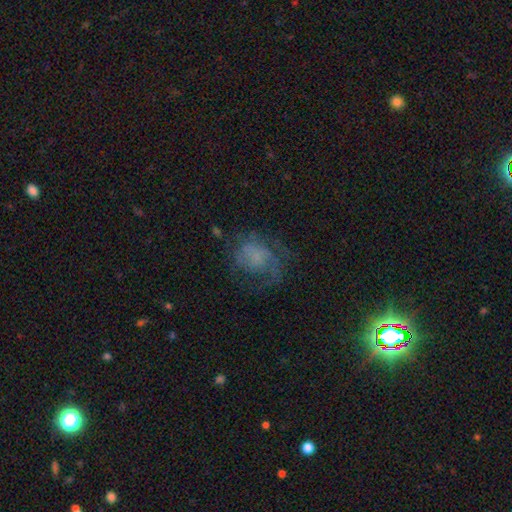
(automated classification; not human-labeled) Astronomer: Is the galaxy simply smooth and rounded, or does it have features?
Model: featured or disk — 50% (runner-up: smooth, 35%).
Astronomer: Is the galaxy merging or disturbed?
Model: none — 46% (runner-up: major disturbance, 31%).